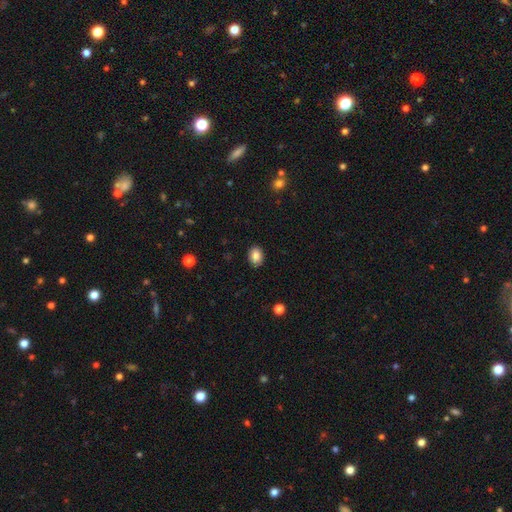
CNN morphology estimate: smooth-or-featured: smooth: 86% | star or artifact: 8% | featured or disk: 5%
  how-rounded: in between: 71% | round: 28% | cigar-shaped: 1%
  merging: none: 89% | minor disturbance: 8% | major disturbance: 2% | merger: 1%